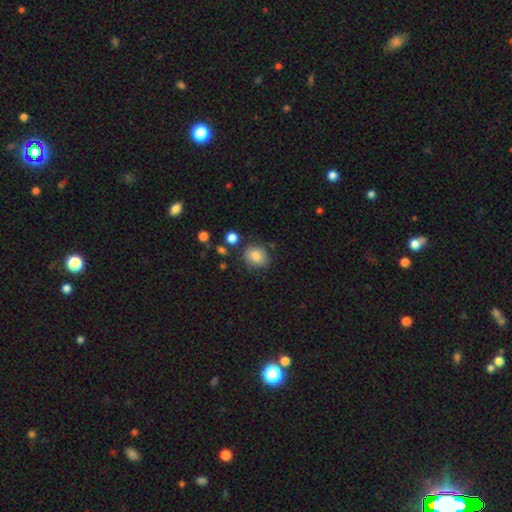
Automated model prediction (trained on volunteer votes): Smooth or featured? smooth (84%)
How rounded? round (59%)
Merging? none (76%)